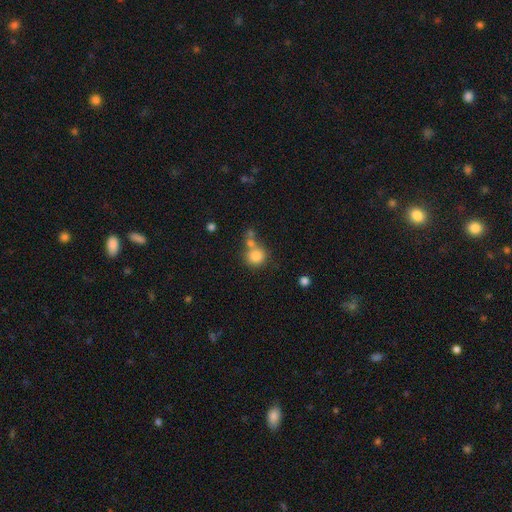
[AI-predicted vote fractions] A smooth galaxy with no disk features (82%) that is round (88%).

Vote fractions:
- Smooth or featured? smooth: 82% / star or artifact: 10% / featured or disk: 8%
- How rounded? round: 88% / in between: 11% / cigar-shaped: 1%
- Merging? none: 52% / merger: 32% / minor disturbance: 11% / major disturbance: 5%